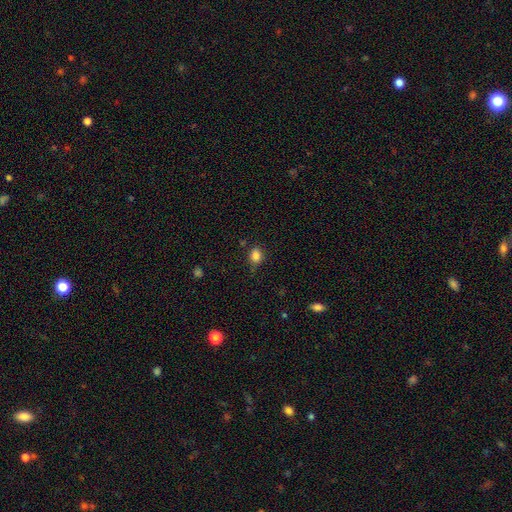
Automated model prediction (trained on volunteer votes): Q: Smooth or featured?
A: smooth (85%); runner-up: star or artifact (11%)
Q: How rounded?
A: in between (56%); runner-up: round (43%)
Q: Merging?
A: none (76%); runner-up: minor disturbance (17%)